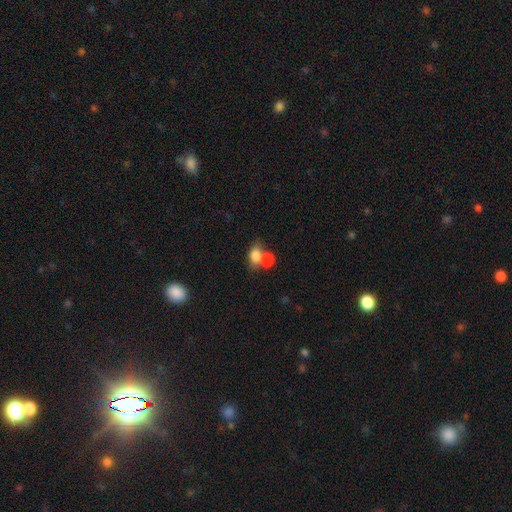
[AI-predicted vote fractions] This appears to be a smooth galaxy with no disk features (80%) that is in between round and cigar-shaped (73%). Merging: merger (51%).